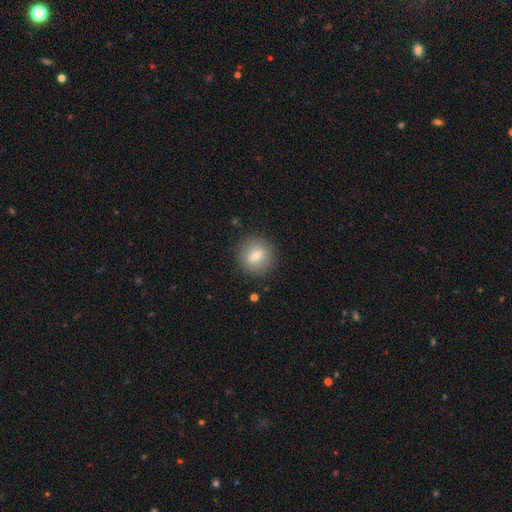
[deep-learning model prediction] Smooth or featured: smooth — 76% (featured or disk — 15%)
How rounded: round — 87% (in between — 11%)
Merging: none — 87% (minor disturbance — 8%)